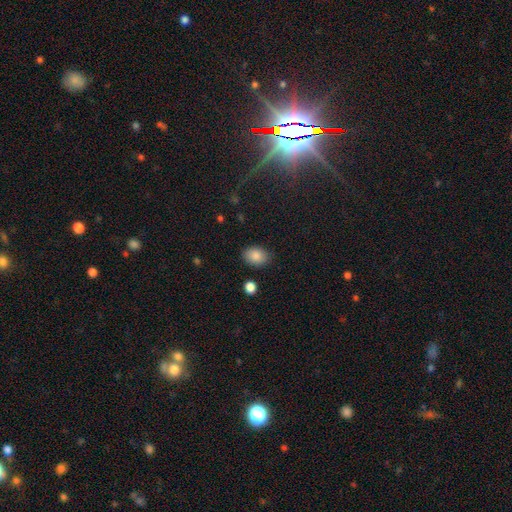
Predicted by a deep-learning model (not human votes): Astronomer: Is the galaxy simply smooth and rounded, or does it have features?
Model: smooth — 87%.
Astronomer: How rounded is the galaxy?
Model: in between — 74%.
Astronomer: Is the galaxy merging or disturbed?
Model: none — 86%.